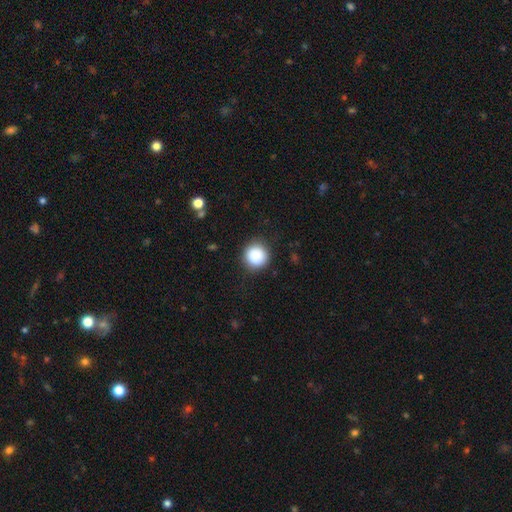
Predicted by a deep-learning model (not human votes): Morphology: type=smooth (88%); roundness=round (94%); merging=none (88%).